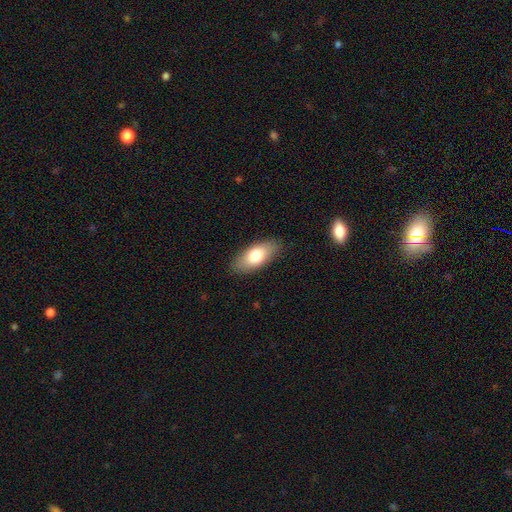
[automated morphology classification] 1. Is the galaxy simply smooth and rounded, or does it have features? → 76% smooth, 18% featured or disk, 6% star or artifact.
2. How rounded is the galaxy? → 87% in between, 10% cigar-shaped, 3% round.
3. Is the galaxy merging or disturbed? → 86% none, 10% minor disturbance, 2% major disturbance, 1% merger.